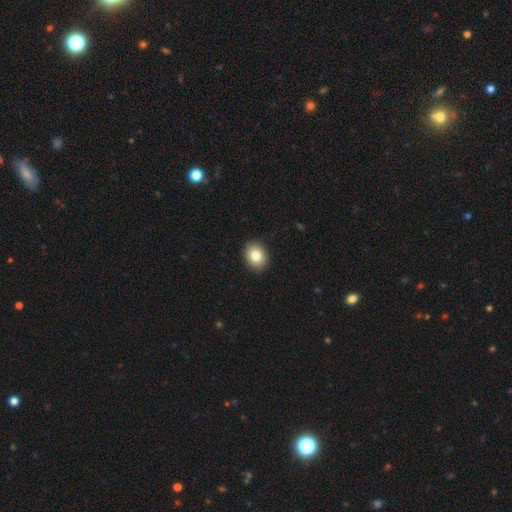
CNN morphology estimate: Smooth or featured: smooth — 83% (star or artifact — 9%)
How rounded: round — 53% (in between — 46%)
Merging: none — 91% (minor disturbance — 7%)